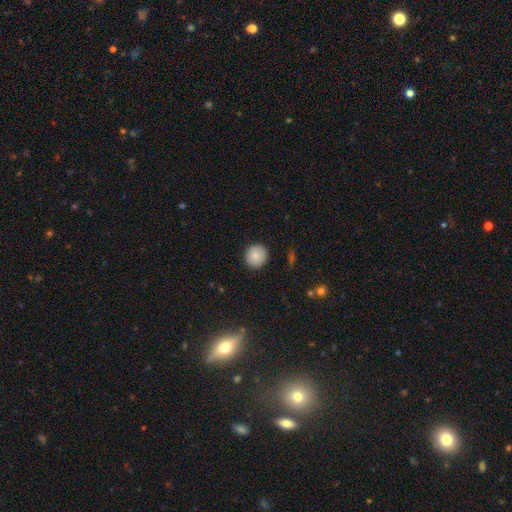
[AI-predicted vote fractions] Q: Smooth or featured?
A: smooth (84%); runner-up: star or artifact (8%)
Q: How rounded?
A: round (93%); runner-up: in between (6%)
Q: Merging?
A: none (90%); runner-up: minor disturbance (7%)